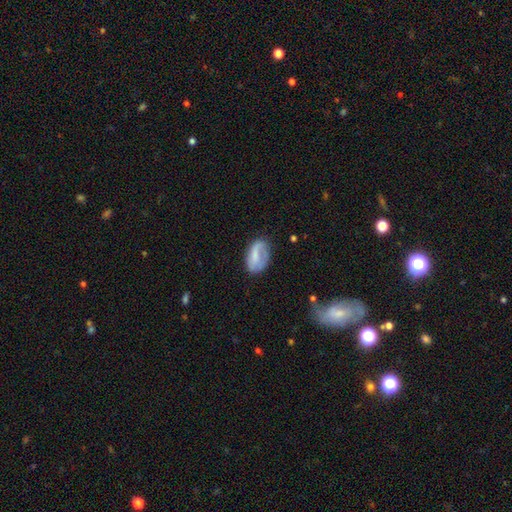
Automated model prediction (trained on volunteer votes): Q: Smooth or featured?
A: smooth (59%); runner-up: featured or disk (33%)
Q: How rounded?
A: in between (90%); runner-up: round (9%)
Q: Merging?
A: none (56%); runner-up: minor disturbance (28%)